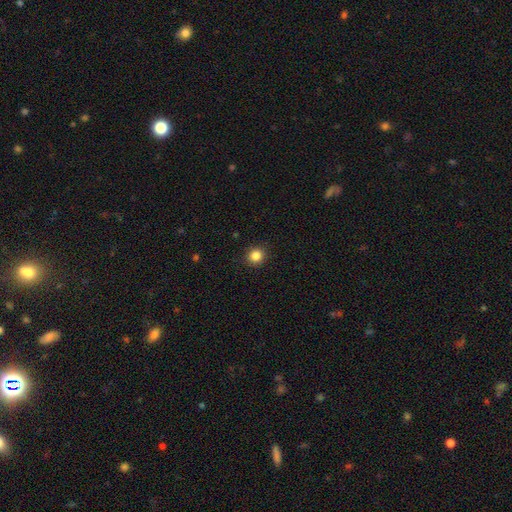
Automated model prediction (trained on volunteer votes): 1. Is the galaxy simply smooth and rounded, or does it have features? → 85% smooth, 11% star or artifact, 4% featured or disk.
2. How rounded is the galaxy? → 89% round, 10% in between, 1% cigar-shaped.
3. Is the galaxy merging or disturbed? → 91% none, 6% minor disturbance, 2% major disturbance, 1% merger.